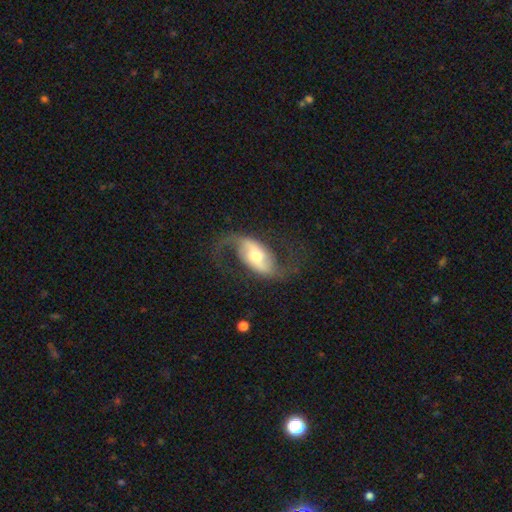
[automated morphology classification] Overall: featured or disk (84%). Edge-on disk: no (96%). Bar: weak (38%; strong 36%). Spiral arms: yes (94%). Spiral arm count: 2 (91%). Spiral winding: loose (72%). Bulge size: moderate (65%). Merging: none (70%).